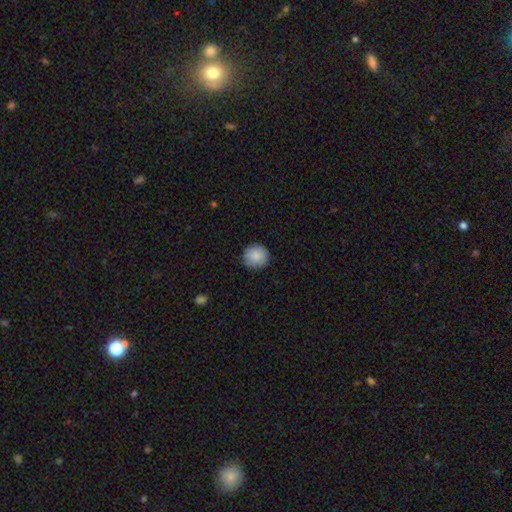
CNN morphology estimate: Smooth or featured? smooth (87%)
How rounded? round (90%)
Merging? none (86%)